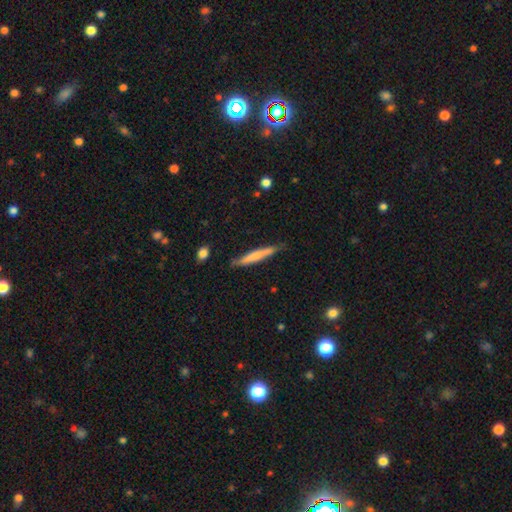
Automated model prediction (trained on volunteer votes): Overall: smooth (63%; featured or disk 31%). How rounded: cigar-shaped (94%). Merging: none (78%).